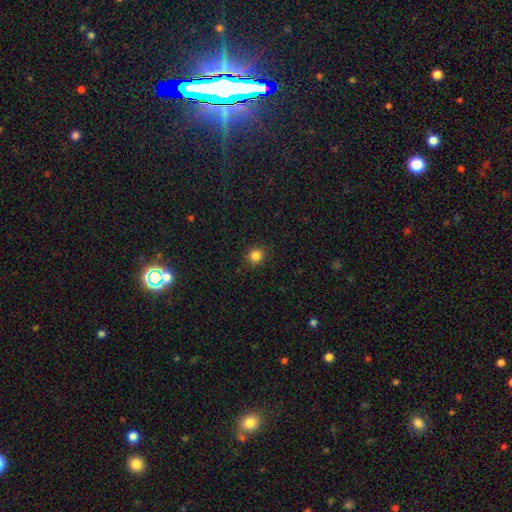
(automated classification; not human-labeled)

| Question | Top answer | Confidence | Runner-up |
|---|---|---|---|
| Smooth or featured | smooth | 84% | star or artifact (12%) |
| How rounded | round | 92% | in between (7%) |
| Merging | none | 90% | minor disturbance (7%) |